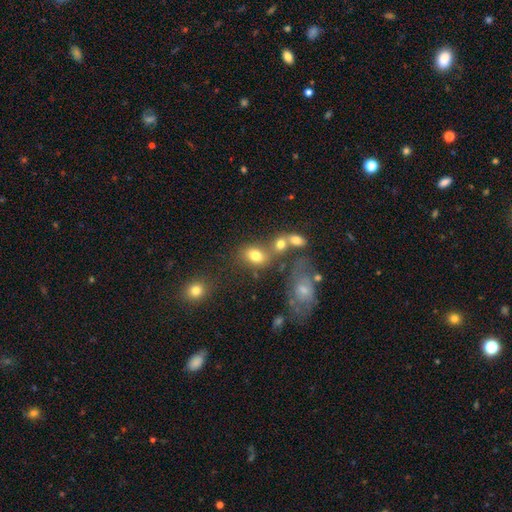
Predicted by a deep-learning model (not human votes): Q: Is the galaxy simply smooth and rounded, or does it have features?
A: smooth — 74%.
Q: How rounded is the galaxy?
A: in between — 70%.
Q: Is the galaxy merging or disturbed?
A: none — 49%.